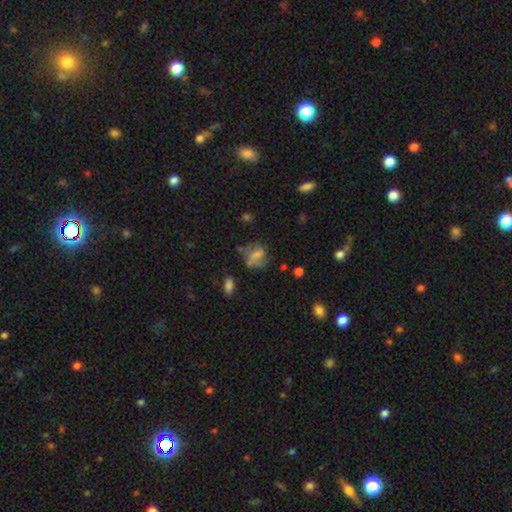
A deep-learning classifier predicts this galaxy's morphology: smooth 52%, featured or disk 37%, star or artifact 12%. Down the decision tree: how rounded — round (53%); merging — none (46%).